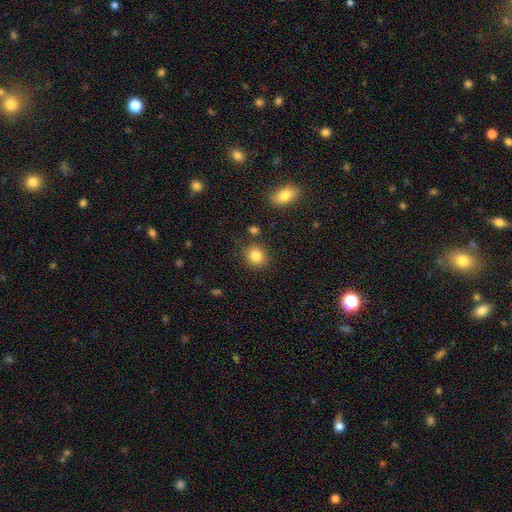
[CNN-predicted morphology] This is clearly a smooth galaxy (85%). How rounded: likely round (72%). Merging: clearly none (83%).